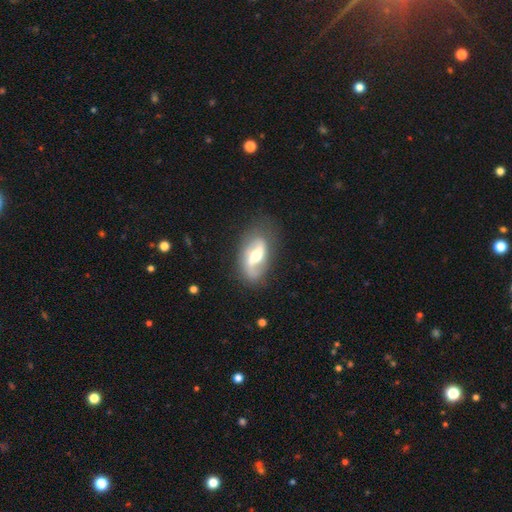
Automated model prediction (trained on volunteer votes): A featured or disk galaxy (78%) with a weak bar (42%), 2 (86%) loose (63%) spiral arms (89%) and a moderate central bulge (67%).

Vote fractions:
- Smooth or featured? featured or disk: 78% / smooth: 17% / star or artifact: 6%
- Edge-on disk? no: 94% / yes: 6%
- Bar? weak: 42% / strong: 32% / no: 27%
- Spiral arms? yes: 89% / no: 11%
- Spiral winding? loose: 63% / medium: 28% / tight: 9%
- Spiral arm count? 2: 86% / 1: 7% / can't tell: 5% / 3: 1% / 4: 1% / more than 4: 1%
- Bulge size? moderate: 67% / small: 18% / large: 13% / dominant: 2% / none: 1%
- Merging? none: 73% / minor disturbance: 17% / major disturbance: 8% / merger: 2%